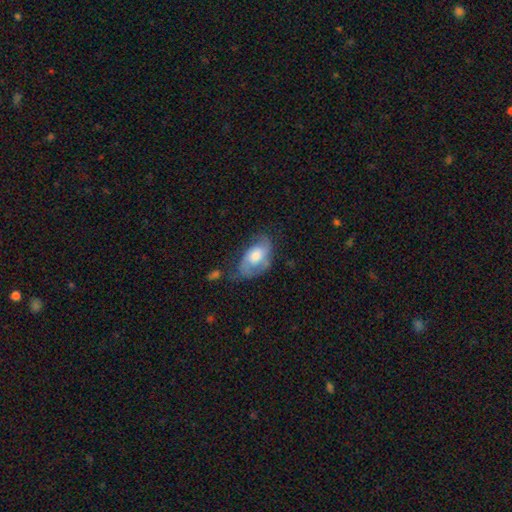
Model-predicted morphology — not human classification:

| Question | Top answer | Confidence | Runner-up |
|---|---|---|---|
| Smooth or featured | featured or disk | 54% | smooth (39%) |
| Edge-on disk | no | 95% | yes (5%) |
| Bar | no | 69% | weak (26%) |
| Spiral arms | yes | 79% | no (21%) |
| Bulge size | moderate | 52% | large (30%) |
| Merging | none | 47% | minor disturbance (32%) |